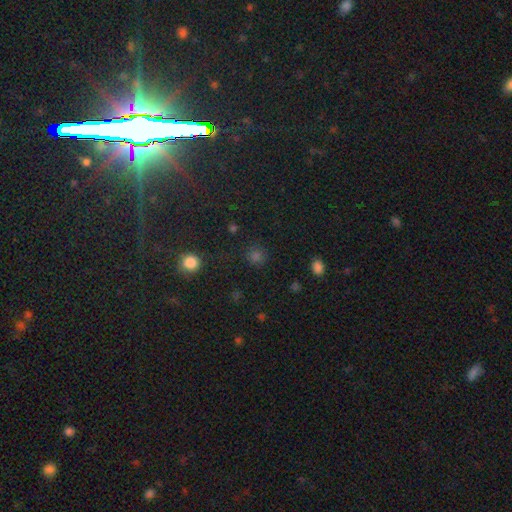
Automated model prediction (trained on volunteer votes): Overall: smooth (66%; star or artifact 29%). How rounded: round (89%). Merging: none (84%).